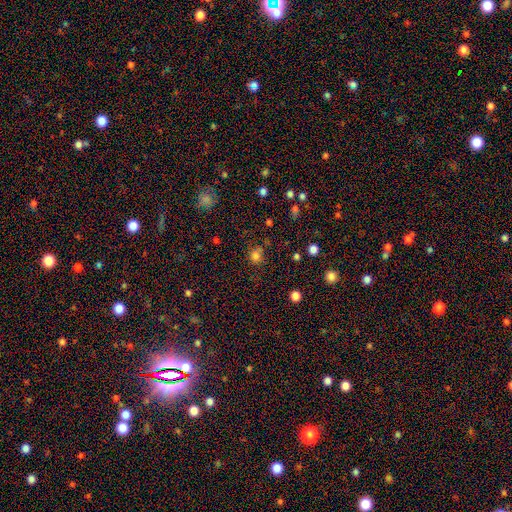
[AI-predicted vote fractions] Smooth or featured? Predicted: smooth (p=0.76). How rounded? Predicted: round (p=0.80). Merging? Predicted: none (p=0.71).